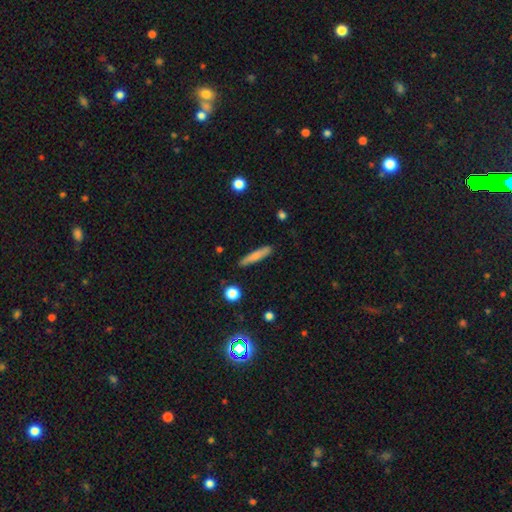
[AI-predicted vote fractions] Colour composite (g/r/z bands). It shows a smooth galaxy with no disk features (75%) that is cigar-shaped (90%). Merging: none (87%).